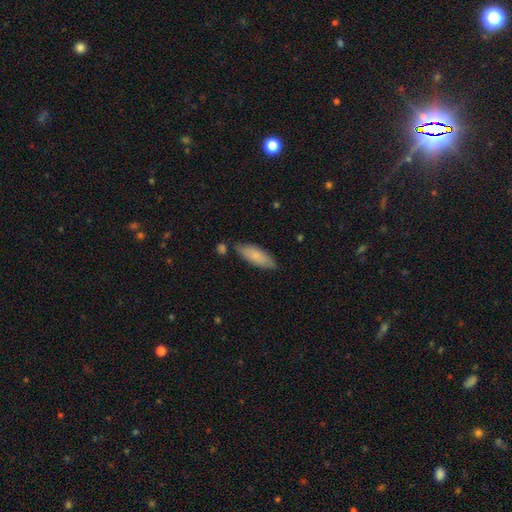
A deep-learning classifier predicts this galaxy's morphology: A smooth galaxy with no disk features (80%) that is in between round and cigar-shaped (64%). Merging: none (75%).